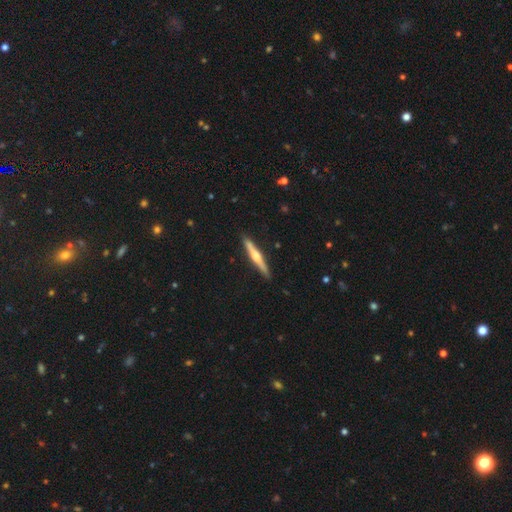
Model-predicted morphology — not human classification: Overall: featured or disk (64%; smooth 31%). Edge-on disk: yes (98%). Edge-on bulge: rounded (84%). Merging: none (90%).